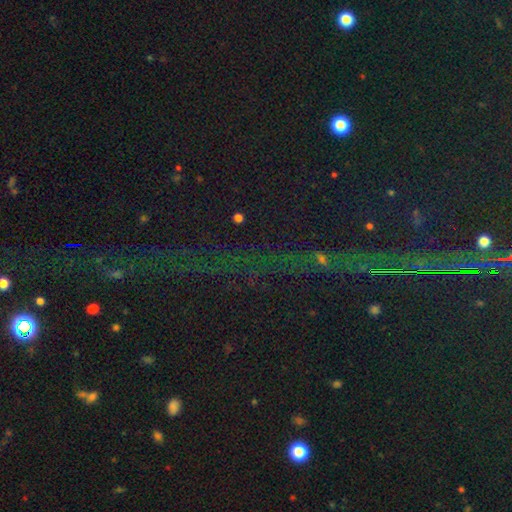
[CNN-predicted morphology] This is likely a star or artifact rather than a galaxy (78%).